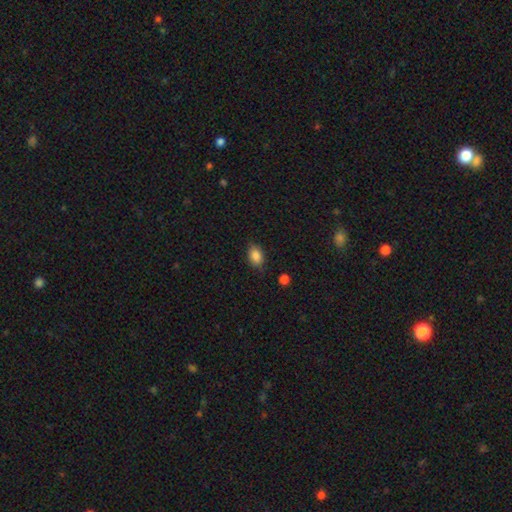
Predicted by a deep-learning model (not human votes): Smooth or featured?
  - smooth: 86% *
  - star or artifact: 9%
  - featured or disk: 6%
How rounded?
  - in between: 79% *
  - round: 20%
  - cigar-shaped: 2%
Merging?
  - none: 77% *
  - minor disturbance: 18%
  - major disturbance: 4%
  - merger: 2%